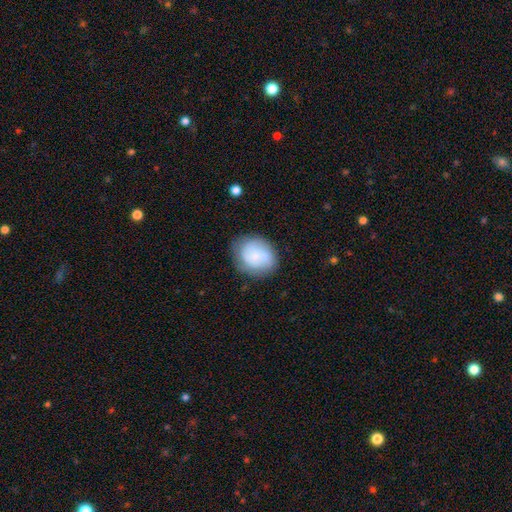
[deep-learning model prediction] The model was most divided on "how rounded": round: 60%, in between: 39%, cigar-shaped: 1%. More confident: smooth or featured — smooth (69%); merging — none (69%).